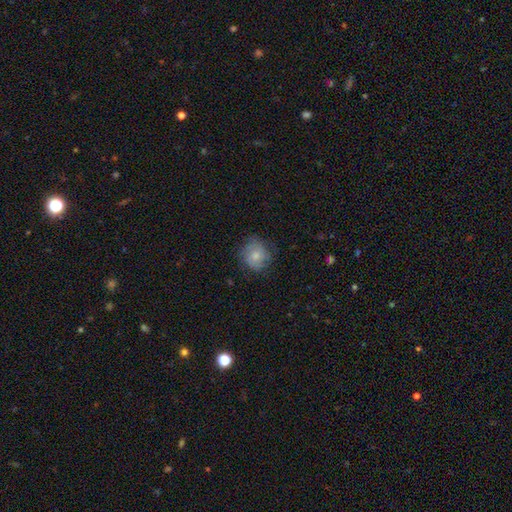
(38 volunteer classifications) This is possibly a featured or disk galaxy (55%). It is clearly not viewed edge-on (100%). Bar: clearly no (90%). Spiral arm pattern: likely yes (76%). Spiral arm count: possibly can't tell (50%). Spiral winding: likely tight (69%). Central bulge: likely moderate (67%). Merging: clearly none (81%).